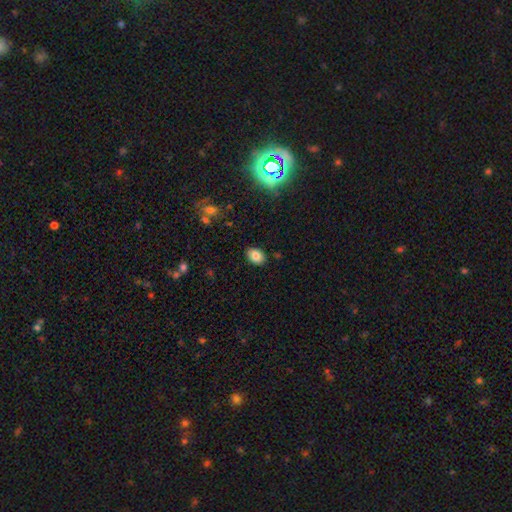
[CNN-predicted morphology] smooth_or_featured: smooth (p=0.83) [alt: star or artifact p=0.10]
how_rounded: in between (p=0.77) [alt: round p=0.22]
merging: none (p=0.88) [alt: minor disturbance p=0.09]